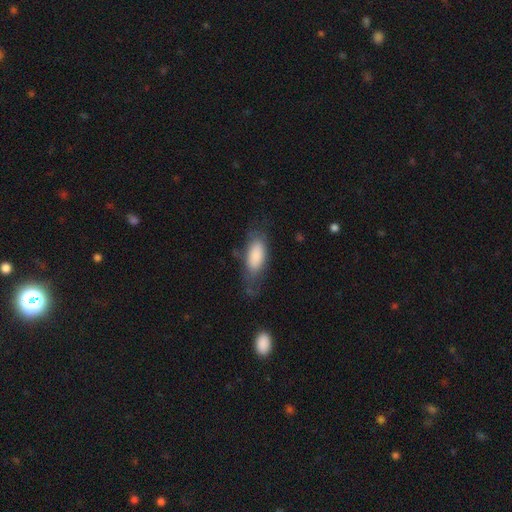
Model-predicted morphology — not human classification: This is likely a smooth galaxy (79%). How rounded: clearly in between (84%). Merging: possibly none (49%).